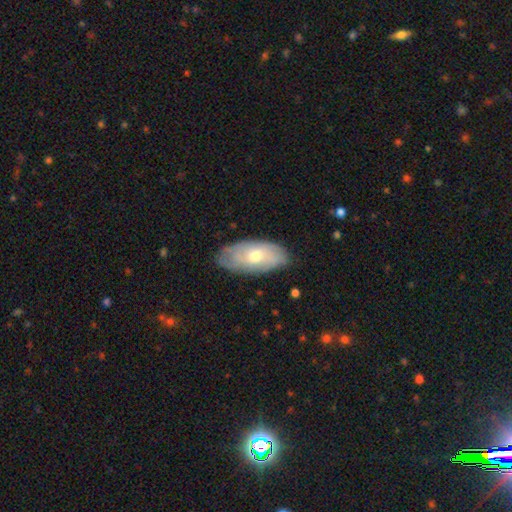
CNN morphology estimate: The model was most divided on "smooth or featured": featured or disk: 51%, smooth: 42%, star or artifact: 7%. More confident: edge-on disk — no (87%); merging — none (78%).